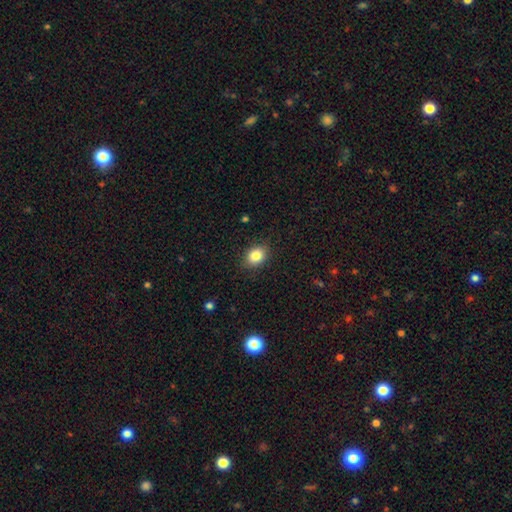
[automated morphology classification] A smooth galaxy with no disk features (84%) that is in between round and cigar-shaped (62%).

Vote fractions:
- Smooth or featured? smooth: 84% / star or artifact: 9% / featured or disk: 6%
- How rounded? in between: 62% / round: 37% / cigar-shaped: 1%
- Merging? none: 87% / minor disturbance: 10% / major disturbance: 2% / merger: 1%